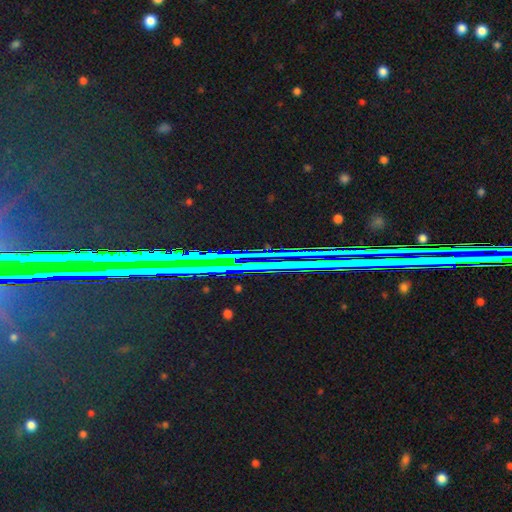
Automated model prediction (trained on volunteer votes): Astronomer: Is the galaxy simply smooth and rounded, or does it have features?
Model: star or artifact — 85%.